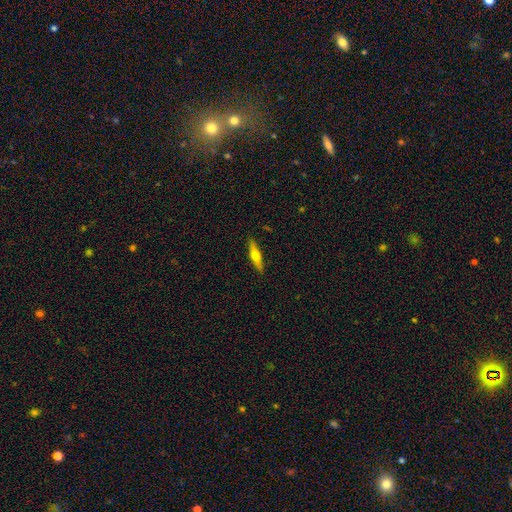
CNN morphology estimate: featured or disk 54%, smooth 40%, star or artifact 6%. Down the decision tree: edge-on disk — yes (94%); edge-on bulge — rounded (93%); merging — none (90%).